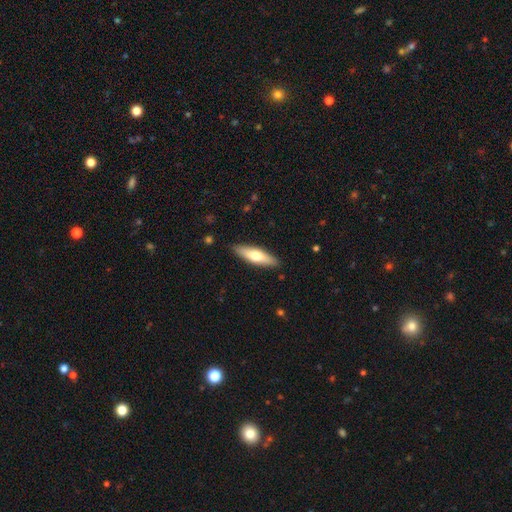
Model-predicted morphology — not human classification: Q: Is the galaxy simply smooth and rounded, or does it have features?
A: smooth — 63%.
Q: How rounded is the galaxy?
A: cigar-shaped — 61%.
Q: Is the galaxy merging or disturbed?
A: none — 89%.